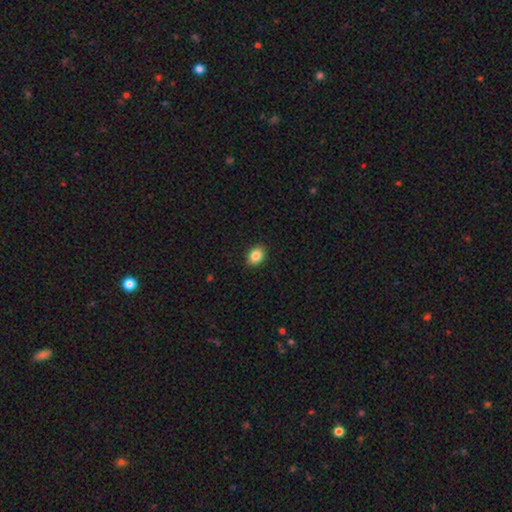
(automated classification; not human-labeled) smooth_or_featured: smooth (p=0.86) [alt: star or artifact p=0.09]
how_rounded: in between (p=0.63) [alt: round p=0.36]
merging: none (p=0.90) [alt: minor disturbance p=0.07]